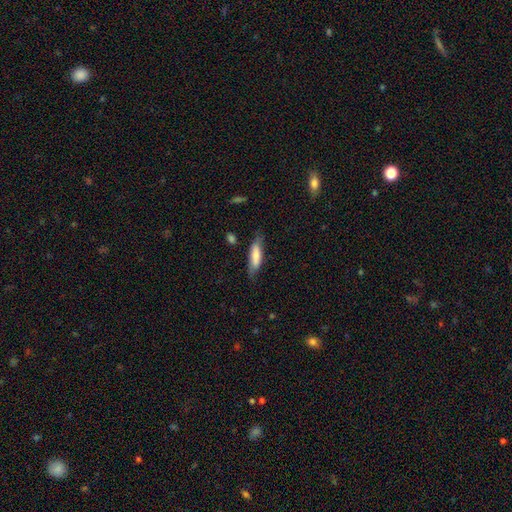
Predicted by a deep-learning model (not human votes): Smooth or featured? smooth (70%)
How rounded? cigar-shaped (63%)
Merging? none (72%)